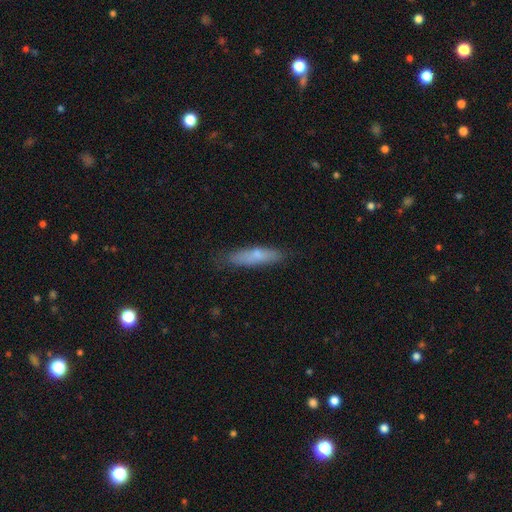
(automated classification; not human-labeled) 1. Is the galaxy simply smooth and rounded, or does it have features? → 70% smooth, 24% featured or disk, 7% star or artifact.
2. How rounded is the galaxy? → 74% cigar-shaped, 24% in between, 2% round.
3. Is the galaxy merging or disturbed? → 78% none, 18% minor disturbance, 3% major disturbance, 2% merger.